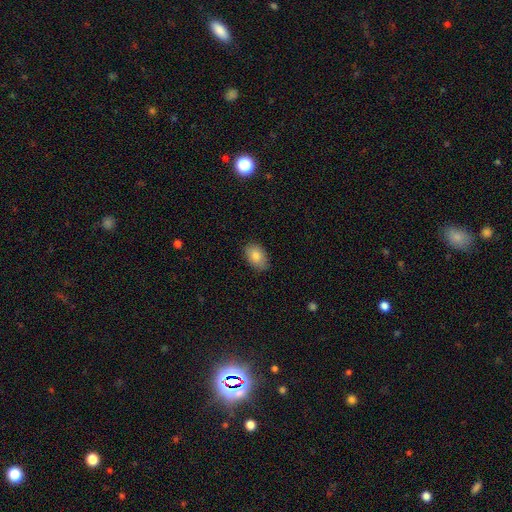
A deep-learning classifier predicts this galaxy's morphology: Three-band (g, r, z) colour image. It shows a smooth galaxy with no disk features (84%) that is in between round and cigar-shaped (87%). Merging: none (83%).